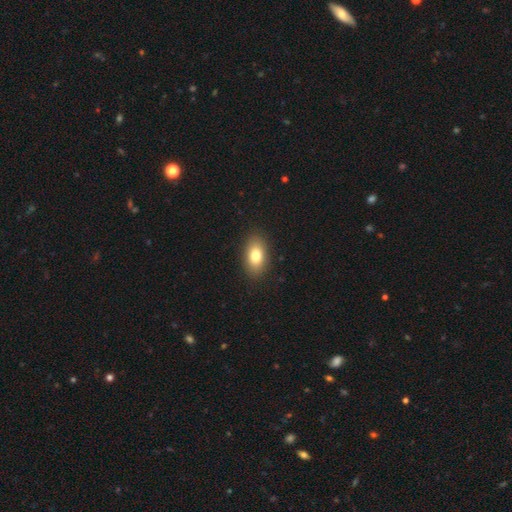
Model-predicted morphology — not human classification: Smooth or featured: smooth — 79% (featured or disk — 12%)
How rounded: in between — 89% (round — 8%)
Merging: none — 88% (minor disturbance — 9%)